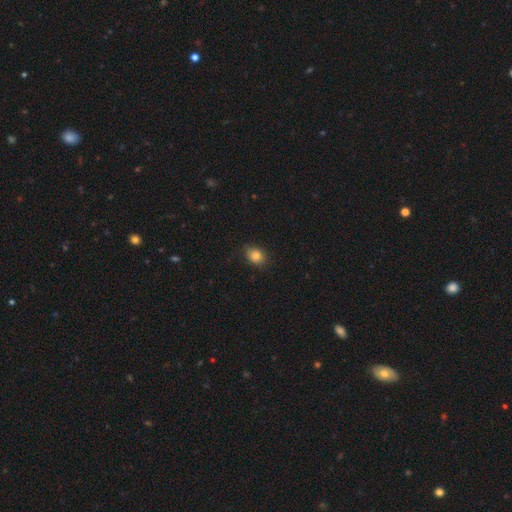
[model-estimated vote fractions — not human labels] A smooth galaxy with no disk features (84%) that is in between round and cigar-shaped (61%).

Vote fractions:
- Smooth or featured? smooth: 84% / star or artifact: 10% / featured or disk: 6%
- How rounded? in between: 61% / round: 37% / cigar-shaped: 1%
- Merging? none: 81% / minor disturbance: 16% / major disturbance: 3% / merger: 1%